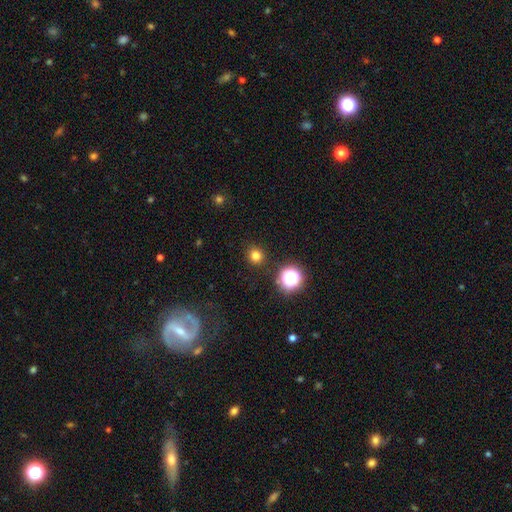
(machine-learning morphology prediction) A smooth galaxy with no disk features (77%) that is round (93%).

Vote fractions:
- Smooth or featured? smooth: 77% / star or artifact: 18% / featured or disk: 5%
- How rounded? round: 93% / in between: 6% / cigar-shaped: 1%
- Merging? none: 90% / minor disturbance: 6% / major disturbance: 2% / merger: 2%